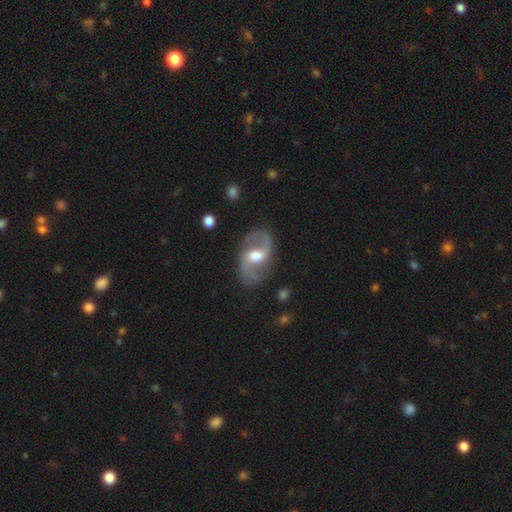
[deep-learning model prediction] Smooth or featured? featured or disk (88%)
Edge-on disk? no (97%)
Bar? weak (52%)
Spiral arms? yes (96%)
Spiral winding? loose (51%)
Spiral arm count? 2 (94%)
Bulge size? moderate (65%)
Merging? none (81%)